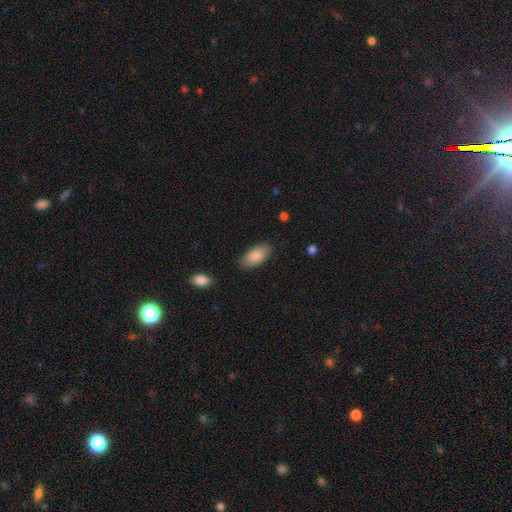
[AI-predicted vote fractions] Morphology: type=smooth (87%); roundness=in between (93%); merging=none (84%).